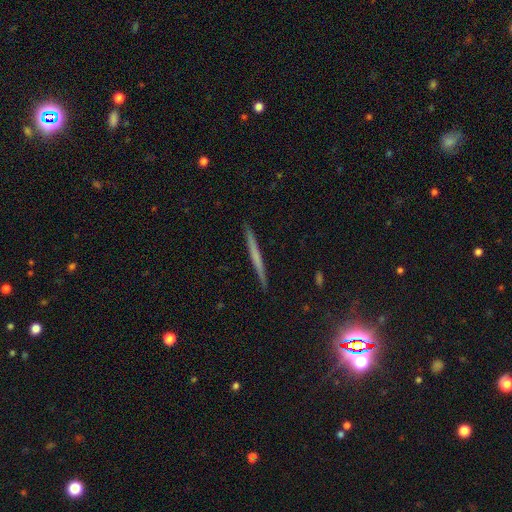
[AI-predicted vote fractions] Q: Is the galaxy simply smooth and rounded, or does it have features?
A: featured or disk — 49%.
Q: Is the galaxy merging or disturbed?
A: none — 92%.